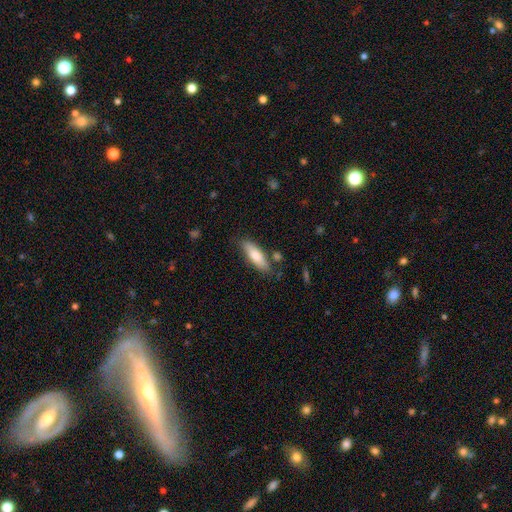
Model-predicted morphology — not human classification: This is likely a smooth galaxy (76%). How rounded: possibly cigar-shaped (49%, tied with in between). Merging: likely none (77%).